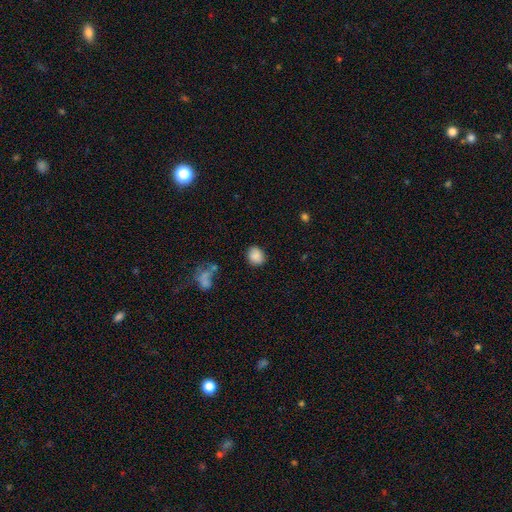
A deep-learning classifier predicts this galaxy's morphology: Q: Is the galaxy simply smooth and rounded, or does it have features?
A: smooth — 85%.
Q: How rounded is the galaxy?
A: round — 65%.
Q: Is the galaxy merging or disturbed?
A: none — 81%.